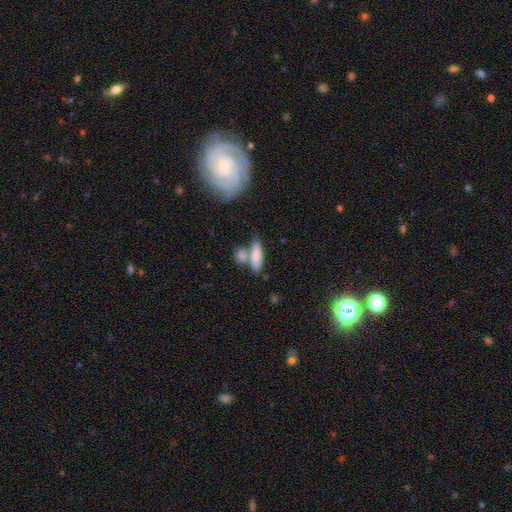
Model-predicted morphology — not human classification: Overall: smooth (80%). How rounded: in between (53%; cigar-shaped 44%). Merging: none (46%; merger 37%).